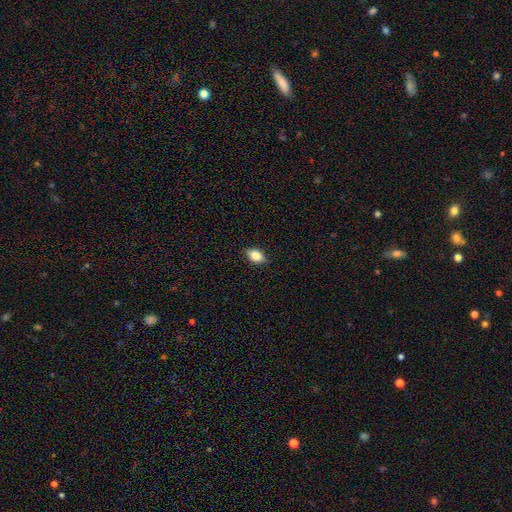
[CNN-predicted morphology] The model was most divided on "smooth or featured": smooth: 79%, featured or disk: 13%, star or artifact: 9%. More confident: merging — none (86%); how rounded — in between (84%).